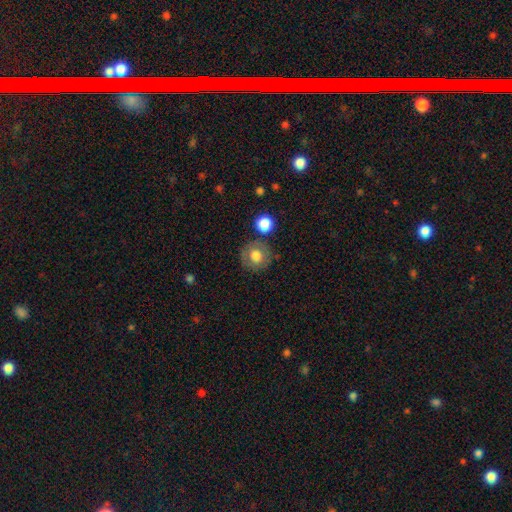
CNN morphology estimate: Smooth or featured? Predicted: smooth (p=0.73). How rounded? Predicted: round (p=0.90). Merging? Predicted: none (p=0.77).